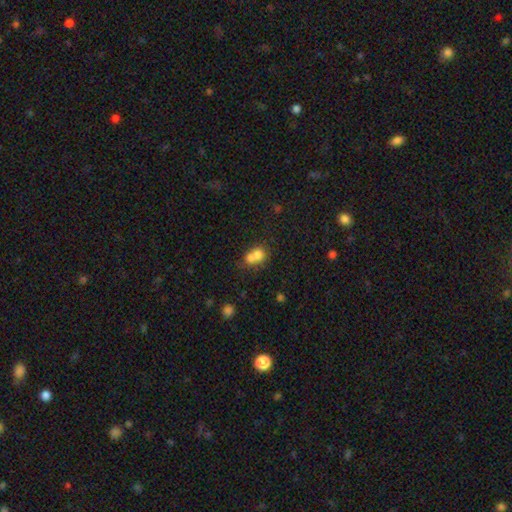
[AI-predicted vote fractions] The model was most divided on "how rounded": round: 67%, in between: 32%, cigar-shaped: 1%. More confident: smooth or featured — smooth (72%); merging — merger (64%).